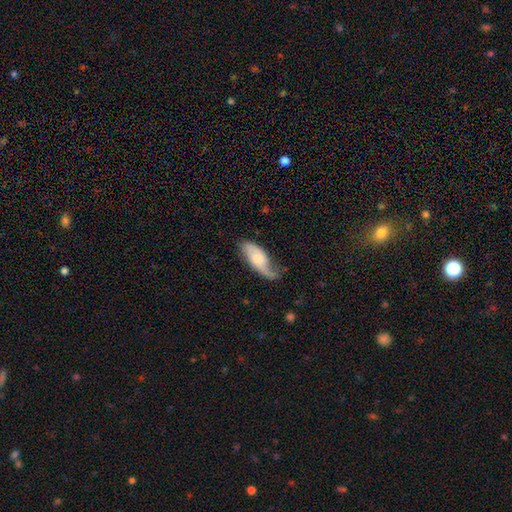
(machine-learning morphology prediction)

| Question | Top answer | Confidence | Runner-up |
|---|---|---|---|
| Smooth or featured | featured or disk | 58% | smooth (36%) |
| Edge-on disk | no | 88% | yes (12%) |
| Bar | no | 61% | weak (32%) |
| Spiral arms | yes | 91% | no (9%) |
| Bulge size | moderate | 34% | small (30%) |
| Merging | none | 54% | minor disturbance (30%) |